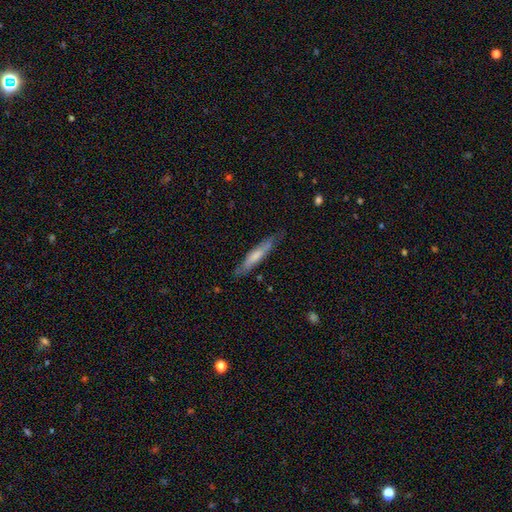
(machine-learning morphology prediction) Overall: smooth (58%; featured or disk 36%). How rounded: cigar-shaped (89%). Merging: none (79%).